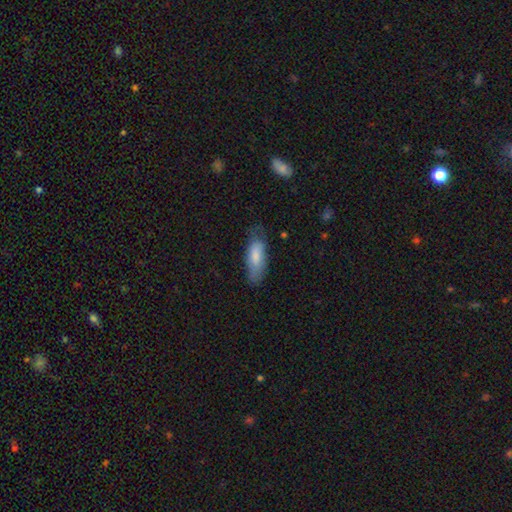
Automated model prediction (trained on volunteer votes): Morphology: type=smooth (78%); roundness=in between (70%); merging=none (60%).